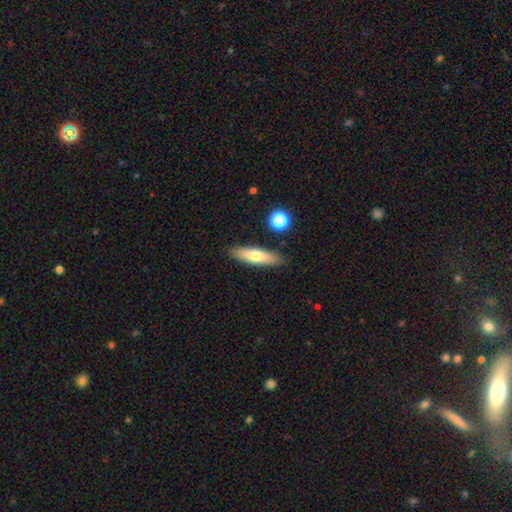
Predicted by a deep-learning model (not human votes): smooth_or_featured: smooth (p=0.68) [alt: featured or disk p=0.25]
how_rounded: cigar-shaped (p=0.63) [alt: in between p=0.35]
merging: none (p=0.87) [alt: minor disturbance p=0.09]